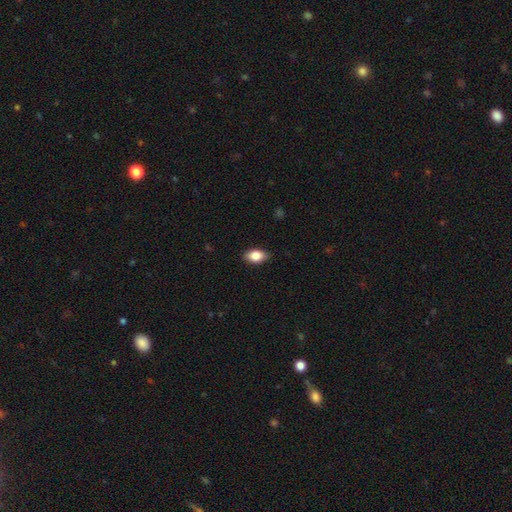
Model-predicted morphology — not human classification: The model was most divided on "smooth or featured": smooth: 83%, featured or disk: 9%, star or artifact: 7%. More confident: how rounded — in between (89%); merging — none (87%).